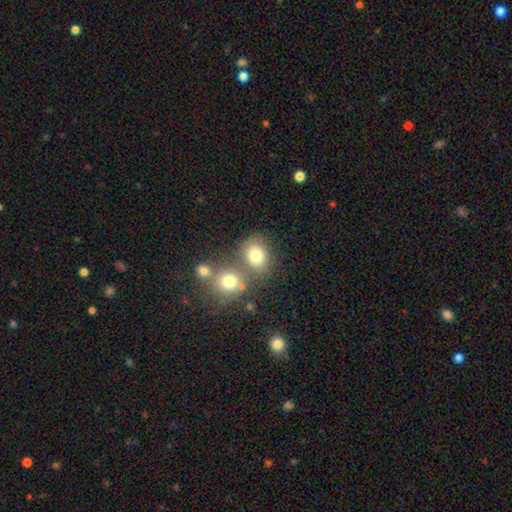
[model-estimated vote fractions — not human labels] smooth_or_featured: smooth (p=0.77) [alt: star or artifact p=0.13]
how_rounded: round (p=0.65) [alt: in between p=0.34]
merging: none (p=0.54) [alt: merger p=0.31]